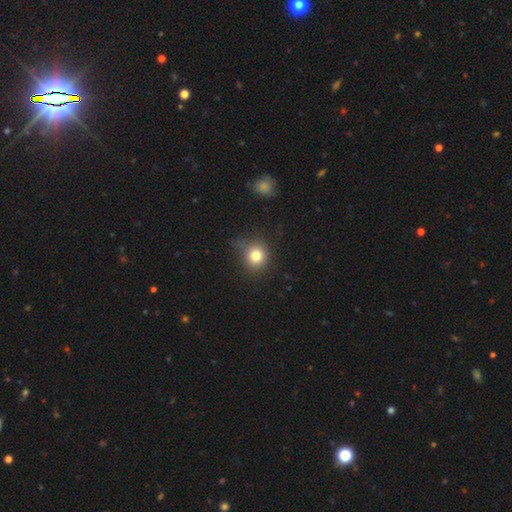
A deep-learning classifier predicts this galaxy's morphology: Smooth or featured? smooth (79%)
How rounded? round (85%)
Merging? none (66%)